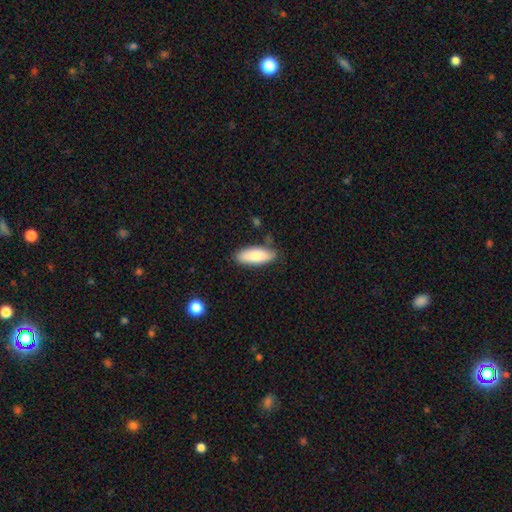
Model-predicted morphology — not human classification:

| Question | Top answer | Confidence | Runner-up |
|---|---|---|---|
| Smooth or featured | smooth | 79% | featured or disk (14%) |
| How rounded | in between | 73% | cigar-shaped (25%) |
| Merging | none | 77% | minor disturbance (17%) |